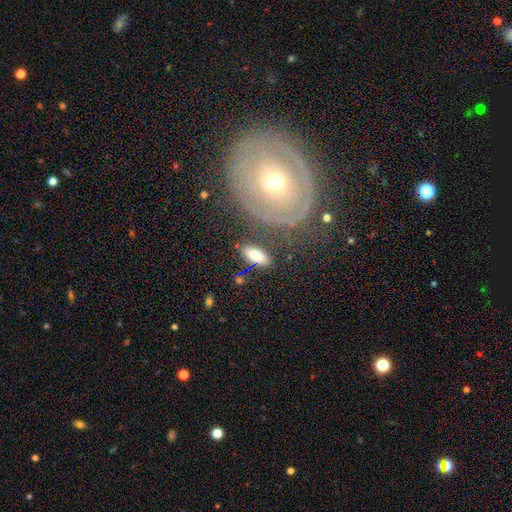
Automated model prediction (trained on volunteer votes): Smooth or featured? Predicted: smooth (p=0.79). How rounded? Predicted: in between (p=0.81). Merging? Predicted: none (p=0.74).